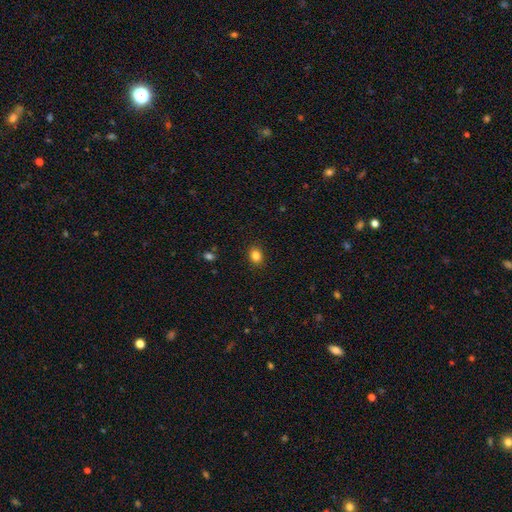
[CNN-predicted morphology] A smooth galaxy with no disk features (84%) that is round (61%). Merging: none (90%).